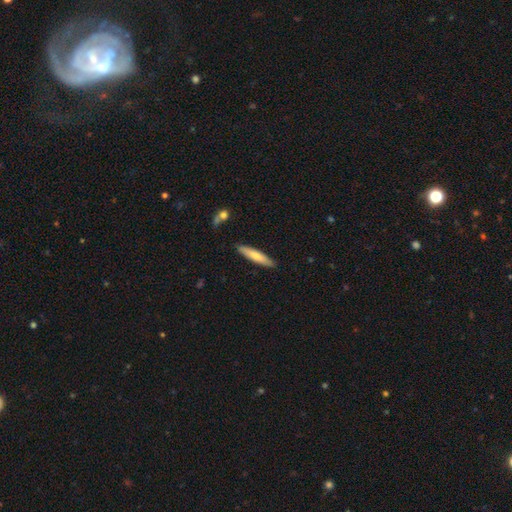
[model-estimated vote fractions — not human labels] Smooth or featured? Predicted: smooth (p=0.71). How rounded? Predicted: cigar-shaped (p=0.87). Merging? Predicted: none (p=0.88).